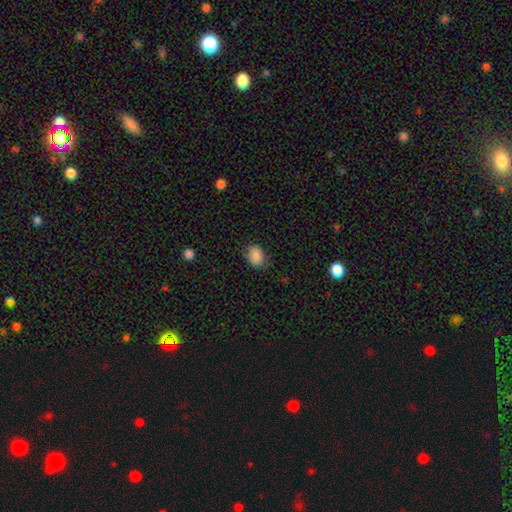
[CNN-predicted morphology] smooth-or-featured: smooth: 87% | star or artifact: 9% | featured or disk: 4%
  how-rounded: in between: 69% | round: 29% | cigar-shaped: 1%
  merging: none: 80% | minor disturbance: 15% | major disturbance: 4% | merger: 1%